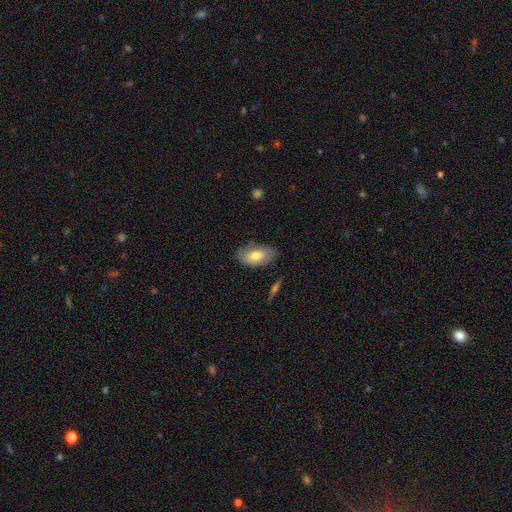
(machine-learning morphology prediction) Smooth or featured: smooth — 64% (featured or disk — 29%)
How rounded: in between — 93% (round — 4%)
Merging: none — 76% (minor disturbance — 18%)